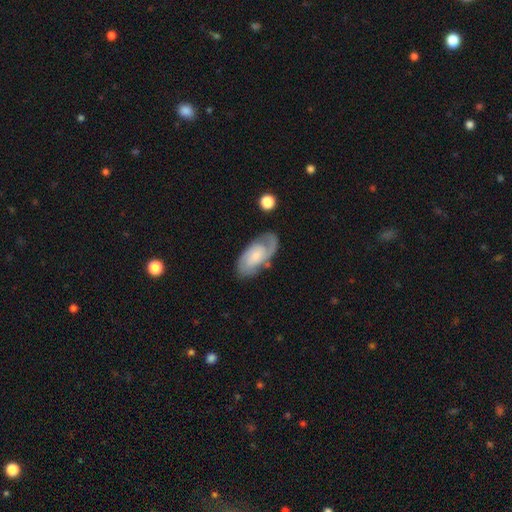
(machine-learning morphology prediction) type=featured or disk (65%); edge-on=no (95%); bar=no (66%); spiral arms=yes (91%); winding=tight (43%); arm count=2 (64%); bulge=small (49%); merging=none (68%).